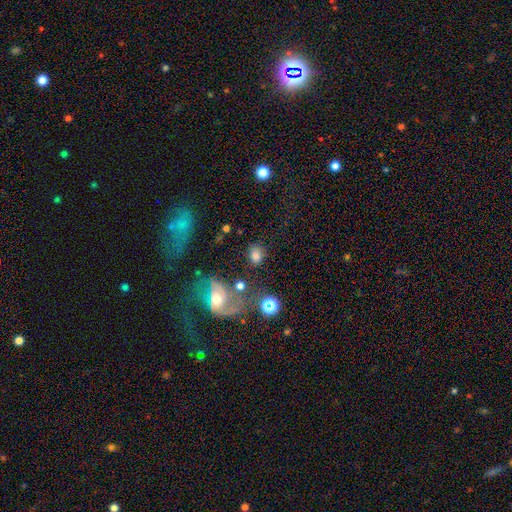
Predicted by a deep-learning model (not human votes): Morphology: type=smooth (72%); roundness=in between (58%); merging=none (67%).